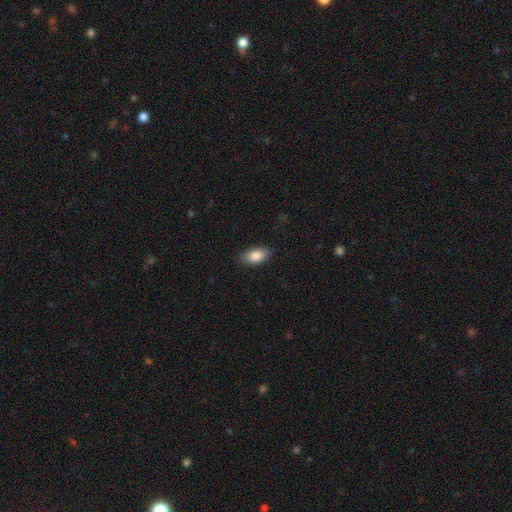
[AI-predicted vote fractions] smooth_or_featured: smooth (p=0.87) [alt: star or artifact p=0.07]
how_rounded: in between (p=0.92) [alt: round p=0.04]
merging: none (p=0.86) [alt: minor disturbance p=0.10]